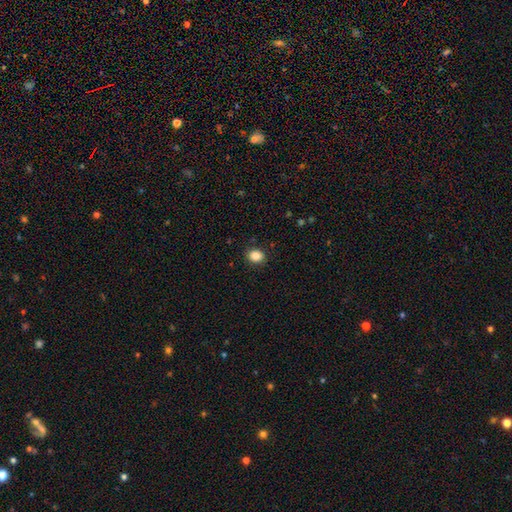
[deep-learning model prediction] Smooth or featured? Predicted: smooth (p=0.86). How rounded? Predicted: round (p=0.59). Merging? Predicted: none (p=0.89).